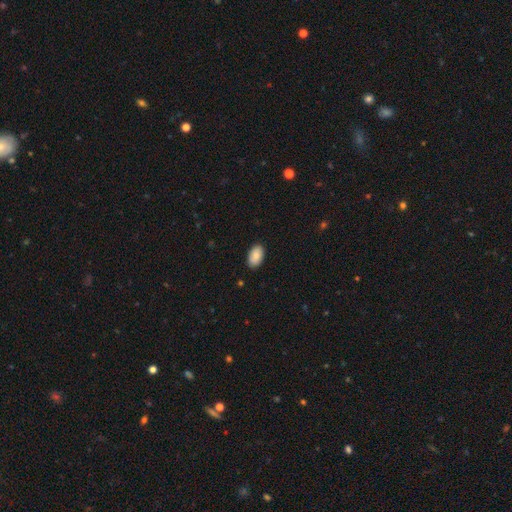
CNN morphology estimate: Smooth or featured?
  - smooth: 86% *
  - featured or disk: 7%
  - star or artifact: 7%
How rounded?
  - in between: 93% *
  - round: 5%
  - cigar-shaped: 1%
Merging?
  - none: 88% *
  - minor disturbance: 9%
  - major disturbance: 2%
  - merger: 1%